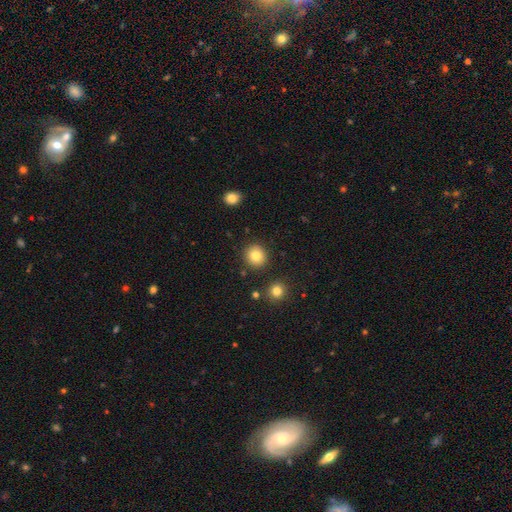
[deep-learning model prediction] Q: Smooth or featured?
A: smooth (82%); runner-up: star or artifact (10%)
Q: How rounded?
A: round (91%); runner-up: in between (8%)
Q: Merging?
A: none (89%); runner-up: minor disturbance (6%)